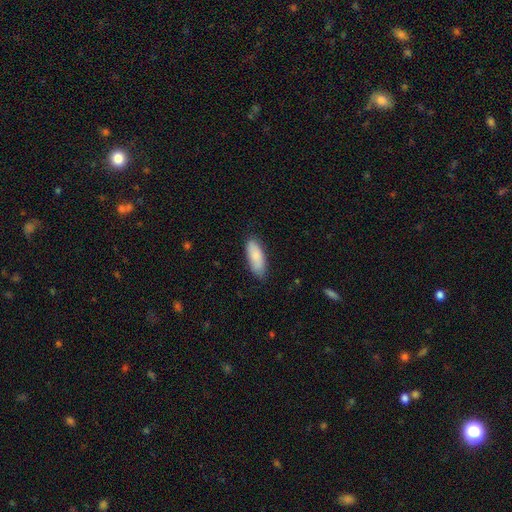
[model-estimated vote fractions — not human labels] A smooth galaxy with no disk features (85%) that is in between round and cigar-shaped (76%).

Vote fractions:
- Smooth or featured? smooth: 85% / featured or disk: 9% / star or artifact: 6%
- How rounded? in between: 76% / cigar-shaped: 22% / round: 2%
- Merging? none: 79% / minor disturbance: 17% / major disturbance: 3% / merger: 1%